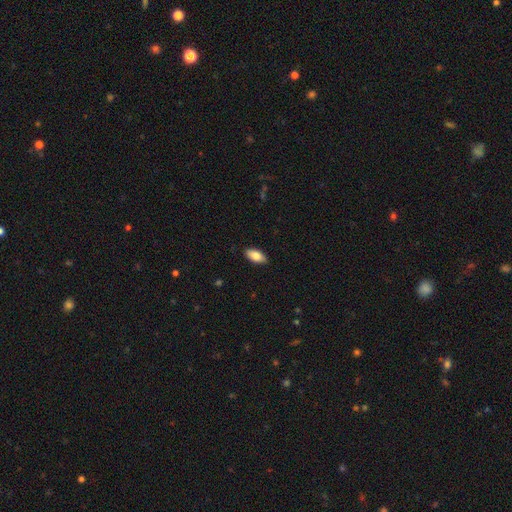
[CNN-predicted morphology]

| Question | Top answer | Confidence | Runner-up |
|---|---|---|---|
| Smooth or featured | smooth | 82% | featured or disk (11%) |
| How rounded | in between | 90% | cigar-shaped (8%) |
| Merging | none | 89% | minor disturbance (9%) |